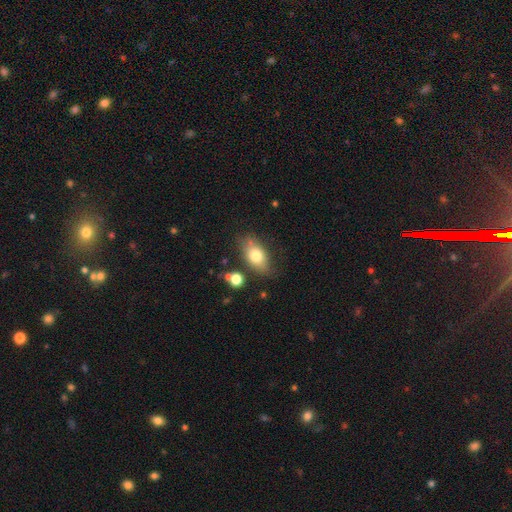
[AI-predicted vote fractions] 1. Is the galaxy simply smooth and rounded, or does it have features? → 73% smooth, 19% featured or disk, 8% star or artifact.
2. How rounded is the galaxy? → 85% in between, 11% round, 4% cigar-shaped.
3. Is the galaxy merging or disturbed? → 70% none, 20% minor disturbance, 5% major disturbance, 5% merger.